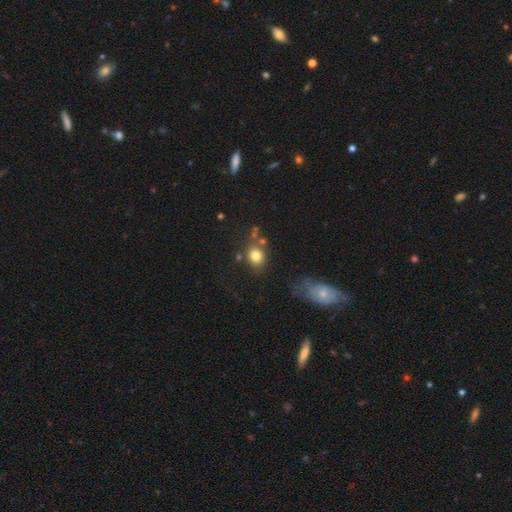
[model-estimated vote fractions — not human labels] This is likely a smooth galaxy (78%). How rounded: likely round (63%). Merging: likely none (64%).